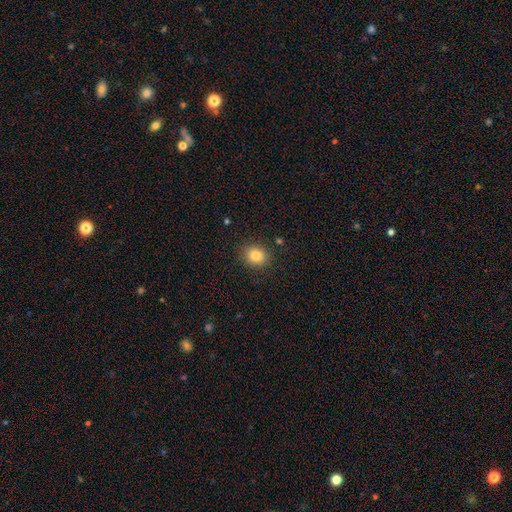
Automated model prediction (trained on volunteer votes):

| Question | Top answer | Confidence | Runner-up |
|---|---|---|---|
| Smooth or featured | smooth | 84% | star or artifact (11%) |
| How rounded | round | 65% | in between (34%) |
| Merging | none | 86% | minor disturbance (9%) |